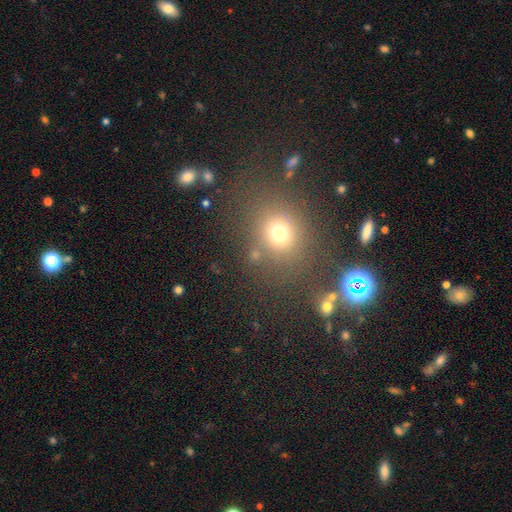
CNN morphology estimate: Smooth or featured?
  - smooth: 65% *
  - star or artifact: 25%
  - featured or disk: 10%
How rounded?
  - round: 76% *
  - in between: 23%
  - cigar-shaped: 1%
Merging?
  - none: 76% *
  - minor disturbance: 11%
  - merger: 6%
  - major disturbance: 6%